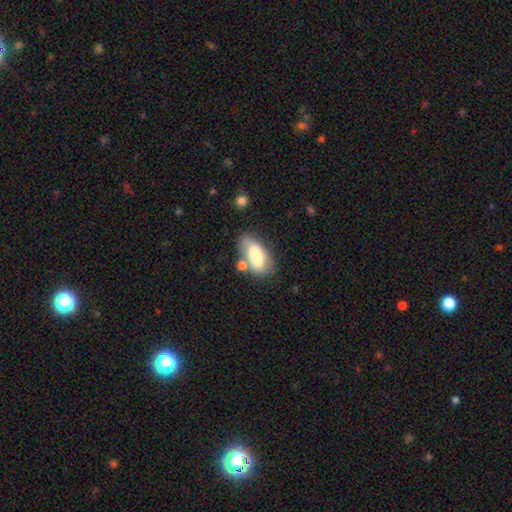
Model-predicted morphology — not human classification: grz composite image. It shows a smooth galaxy with no disk features (70%) that is in between round and cigar-shaped (88%). Merging: none (55%).